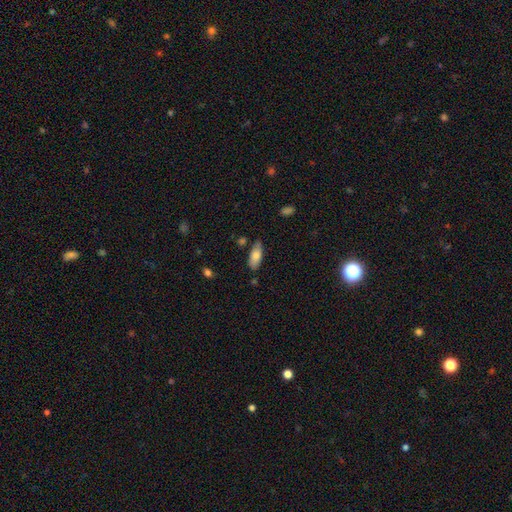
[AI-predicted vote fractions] smooth 78%, featured or disk 15%, star or artifact 7%. Down the decision tree: how rounded — in between (82%); merging — none (71%).